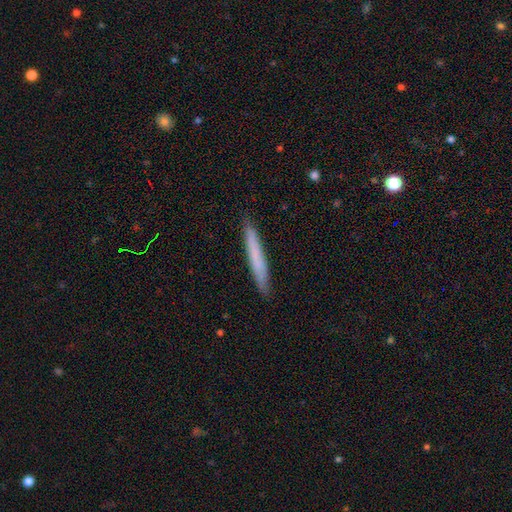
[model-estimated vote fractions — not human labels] smooth-or-featured: smooth: 68% | featured or disk: 26% | star or artifact: 6%
  how-rounded: cigar-shaped: 96% | in between: 3% | round: 1%
  merging: none: 90% | minor disturbance: 8% | major disturbance: 1% | merger: 1%